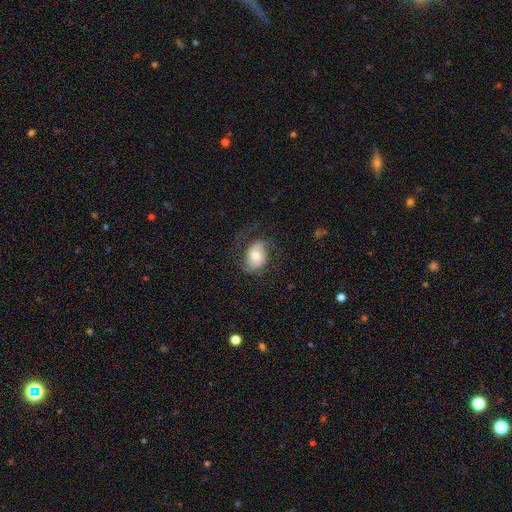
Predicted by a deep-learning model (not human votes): Smooth or featured?
  - smooth: 46% * (tied)
  - featured or disk: 46% * (tied)
  - star or artifact: 8%
Merging?
  - none: 55% *
  - major disturbance: 23%
  - minor disturbance: 21%
  - merger: 1%